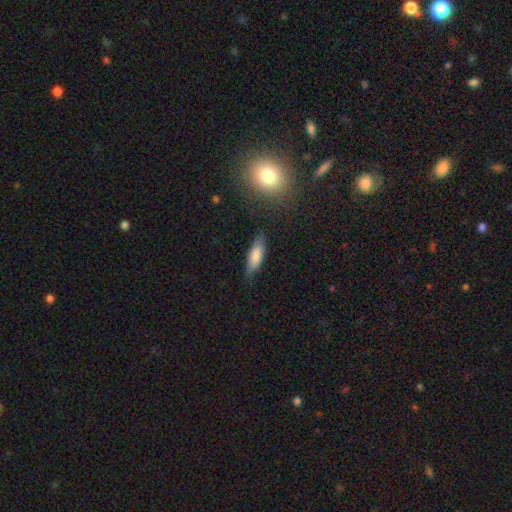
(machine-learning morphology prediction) smooth_or_featured: smooth (p=0.82) [alt: featured or disk p=0.11]
how_rounded: in between (p=0.56) [alt: cigar-shaped p=0.42]
merging: none (p=0.78) [alt: minor disturbance p=0.17]